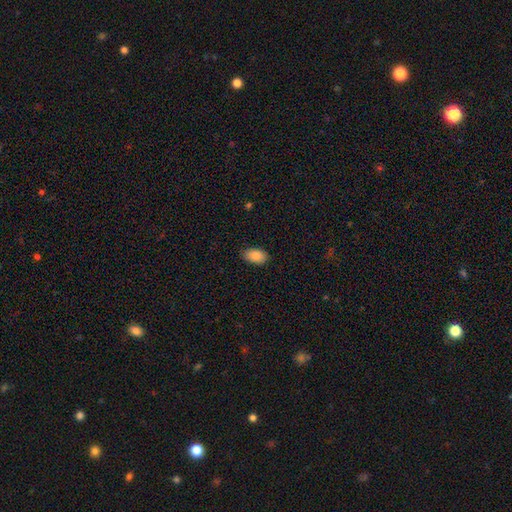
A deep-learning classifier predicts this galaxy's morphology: Smooth or featured: smooth — 85% (featured or disk — 8%)
How rounded: in between — 92% (round — 6%)
Merging: none — 84% (minor disturbance — 13%)